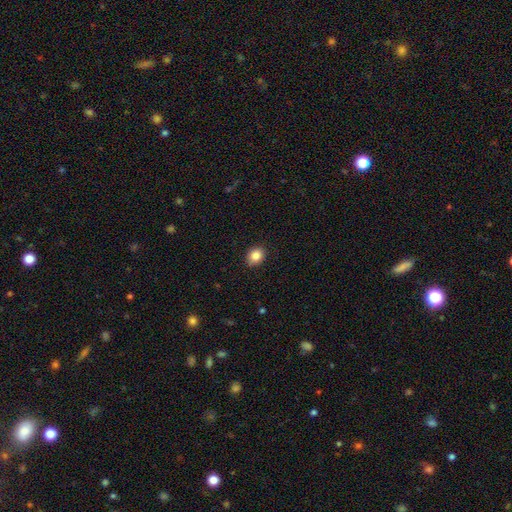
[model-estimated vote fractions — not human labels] smooth-or-featured: smooth: 85% | star or artifact: 9% | featured or disk: 6%
  how-rounded: round: 50% | in between: 49% | cigar-shaped: 1%
  merging: none: 88% | minor disturbance: 9% | major disturbance: 2% | merger: 1%